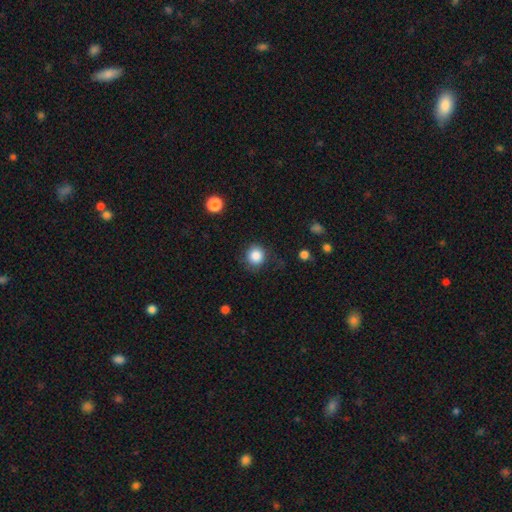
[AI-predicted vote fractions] Smooth or featured? smooth (85%)
How rounded? round (89%)
Merging? none (81%)